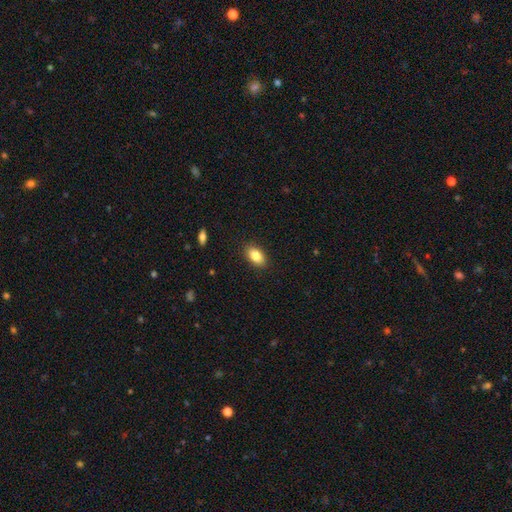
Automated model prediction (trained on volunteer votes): Smooth or featured? Predicted: smooth (p=0.85). How rounded? Predicted: in between (p=0.90). Merging? Predicted: none (p=0.89).